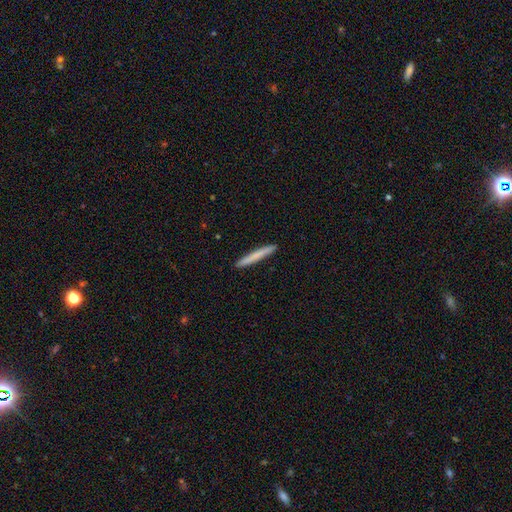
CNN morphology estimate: A smooth galaxy with no disk features (72%) that is cigar-shaped (97%). Merging: none (93%).